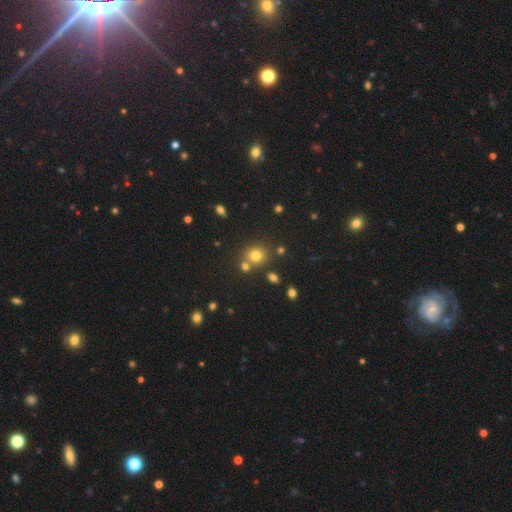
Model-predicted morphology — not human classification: This appears to be a smooth galaxy with no disk features (74%) that is round (81%). Merging: none (69%).